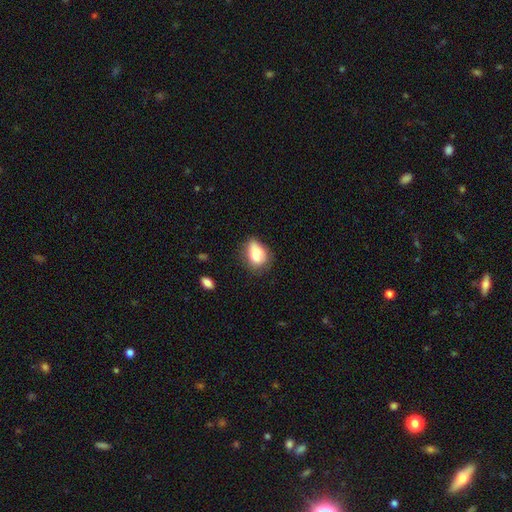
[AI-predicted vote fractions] Smooth or featured: smooth — 74% (featured or disk — 17%)
How rounded: in between — 65% (round — 33%)
Merging: none — 45% (minor disturbance — 32%)